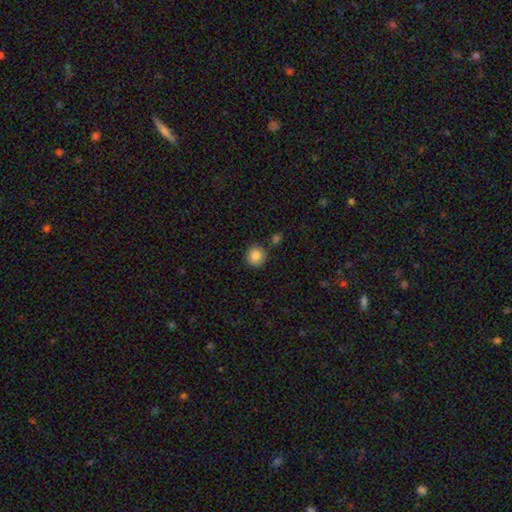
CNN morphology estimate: Smooth or featured? Predicted: smooth (p=0.88). How rounded? Predicted: round (p=0.93). Merging? Predicted: none (p=0.83).